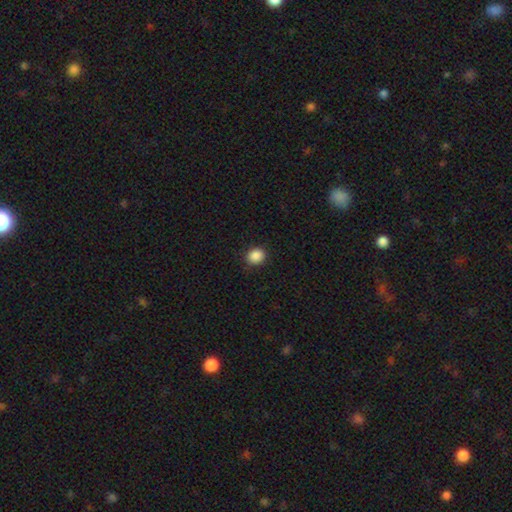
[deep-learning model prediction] smooth 88%, star or artifact 9%, featured or disk 3%. Down the decision tree: how rounded — round (69%); merging — none (89%).